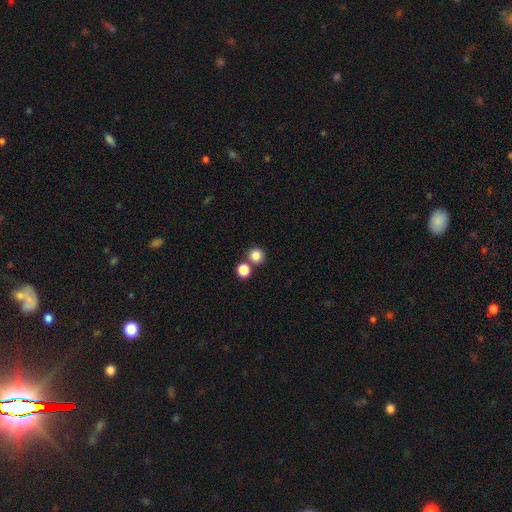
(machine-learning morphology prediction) smooth-or-featured: smooth: 84% | star or artifact: 12% | featured or disk: 5%
  how-rounded: round: 91% | in between: 8% | cigar-shaped: 1%
  merging: none: 68% | merger: 22% | minor disturbance: 7% | major disturbance: 3%